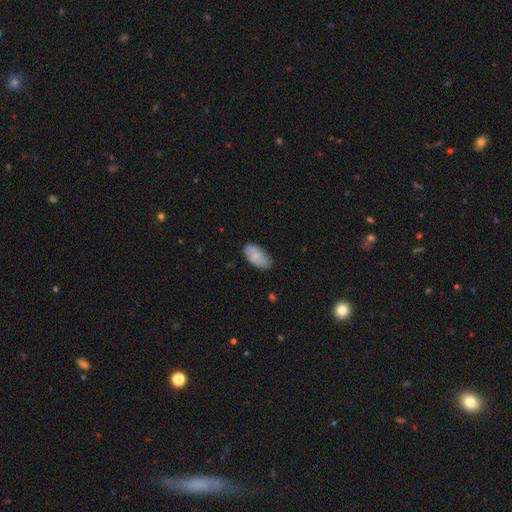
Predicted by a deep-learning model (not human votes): Smooth or featured: smooth — 80% (featured or disk — 14%)
How rounded: in between — 95% (round — 3%)
Merging: none — 78% (minor disturbance — 18%)